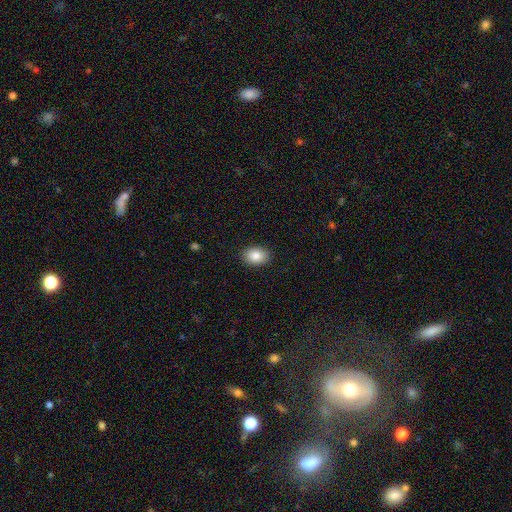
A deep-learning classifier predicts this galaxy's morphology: A smooth galaxy with no disk features (86%) that is in between round and cigar-shaped (78%). Merging: none (90%).